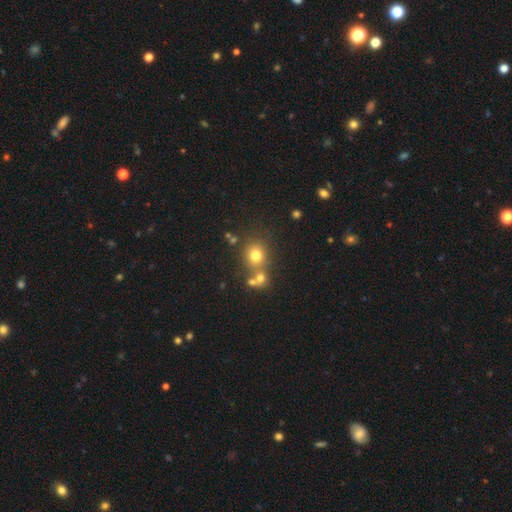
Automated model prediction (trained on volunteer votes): A smooth galaxy with no disk features (74%) that is round (82%).

Vote fractions:
- Smooth or featured? smooth: 74% / star or artifact: 16% / featured or disk: 10%
- How rounded? round: 82% / in between: 17% / cigar-shaped: 1%
- Merging? none: 61% / merger: 26% / minor disturbance: 9% / major disturbance: 4%